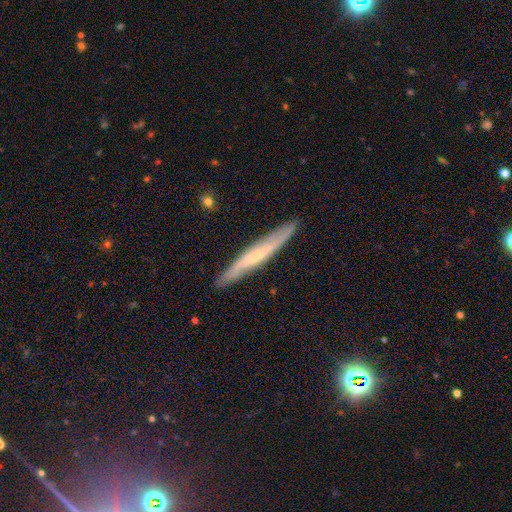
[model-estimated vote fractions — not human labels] smooth_or_featured: featured or disk (p=0.56) [alt: smooth p=0.38]
disk_edge_on: yes (p=0.78) [alt: no p=0.22]
merging: none (p=0.87) [alt: minor disturbance p=0.10]